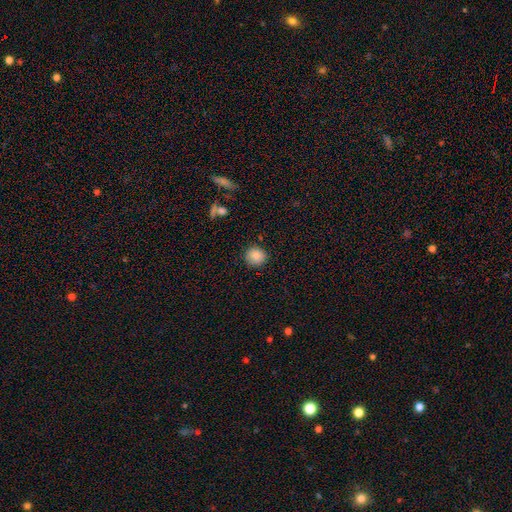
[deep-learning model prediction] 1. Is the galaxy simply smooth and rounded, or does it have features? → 87% smooth, 9% star or artifact, 4% featured or disk.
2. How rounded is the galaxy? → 86% round, 13% in between, 1% cigar-shaped.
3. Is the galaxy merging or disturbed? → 86% none, 10% minor disturbance, 2% major disturbance, 2% merger.